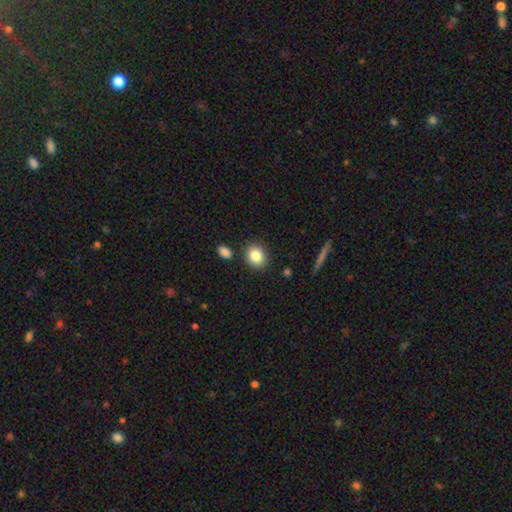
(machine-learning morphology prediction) Q: Smooth or featured?
A: smooth (84%); runner-up: star or artifact (9%)
Q: How rounded?
A: round (58%); runner-up: in between (41%)
Q: Merging?
A: none (85%); runner-up: minor disturbance (9%)